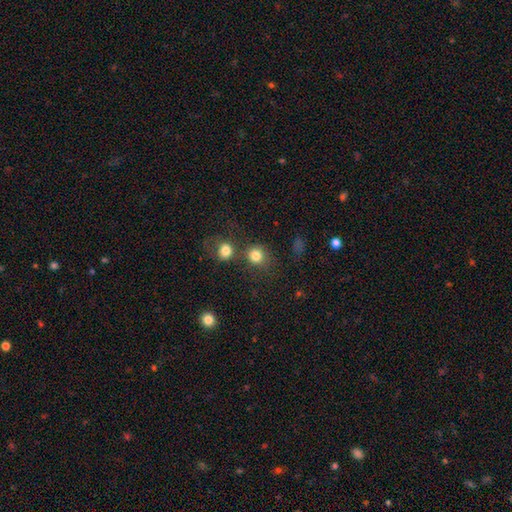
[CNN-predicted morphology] type=smooth (82%); roundness=round (84%); merging=none (59%).